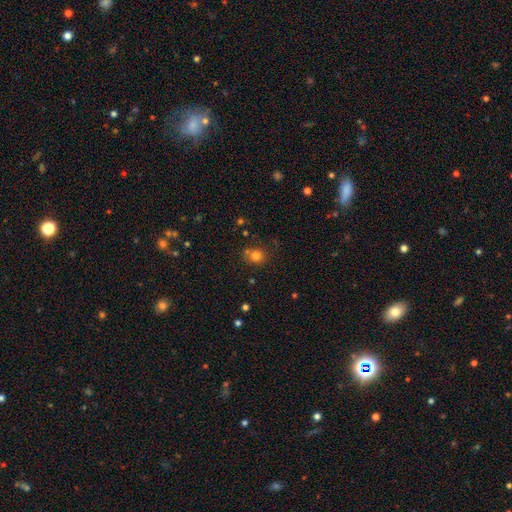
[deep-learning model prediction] The model was most divided on "merging": none: 73%, minor disturbance: 12%, merger: 11%, major disturbance: 4%. More confident: how rounded — round (84%); smooth or featured — smooth (78%).